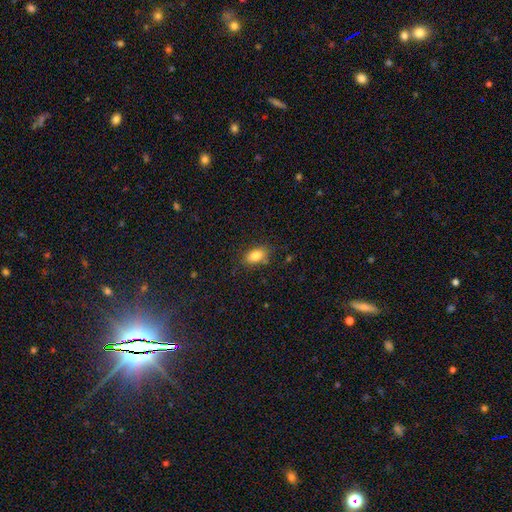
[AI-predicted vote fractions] smooth 84%, star or artifact 9%, featured or disk 8%. Down the decision tree: how rounded — in between (88%); merging — none (80%).